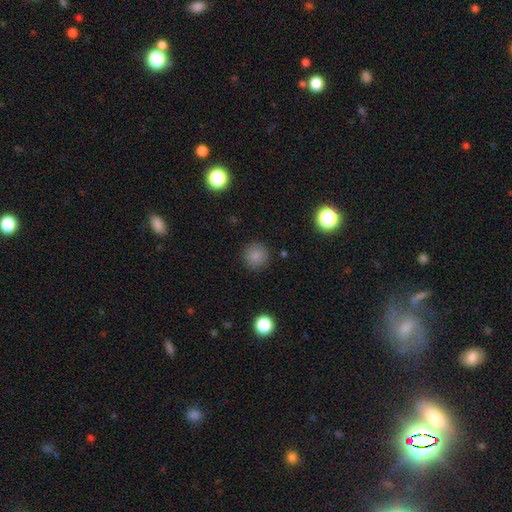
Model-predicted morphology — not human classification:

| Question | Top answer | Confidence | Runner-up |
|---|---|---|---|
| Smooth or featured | smooth | 84% | star or artifact (11%) |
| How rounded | round | 94% | in between (5%) |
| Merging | none | 90% | minor disturbance (7%) |